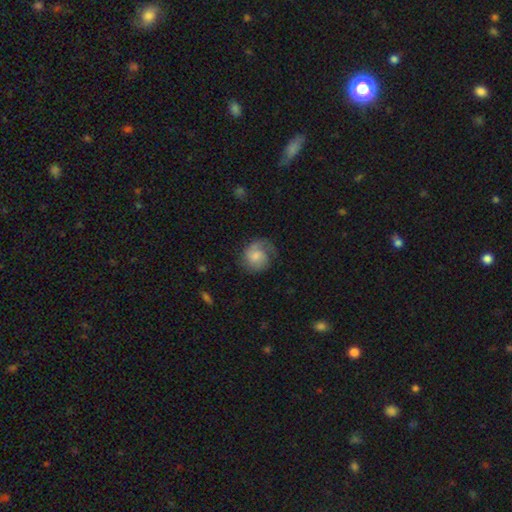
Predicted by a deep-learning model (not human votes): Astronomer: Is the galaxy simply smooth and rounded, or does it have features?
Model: featured or disk — 48% (runner-up: smooth, 45%).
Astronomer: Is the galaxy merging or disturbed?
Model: none — 55%.